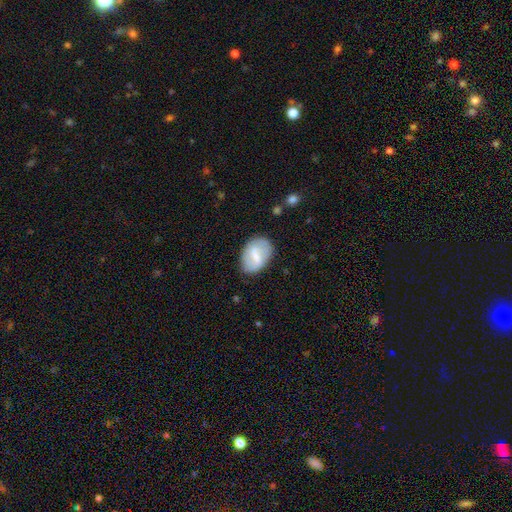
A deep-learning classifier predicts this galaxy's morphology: type=featured or disk (50%); edge-on=no (96%); merging=none (76%).